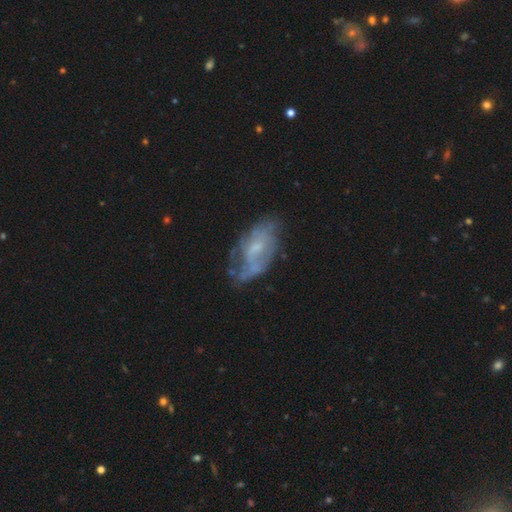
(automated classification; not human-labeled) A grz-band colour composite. It shows a featured or disk galaxy (63%) with no bar (60%), spiral arms (69%) and a small central bulge (59%). Merging: none (61%).